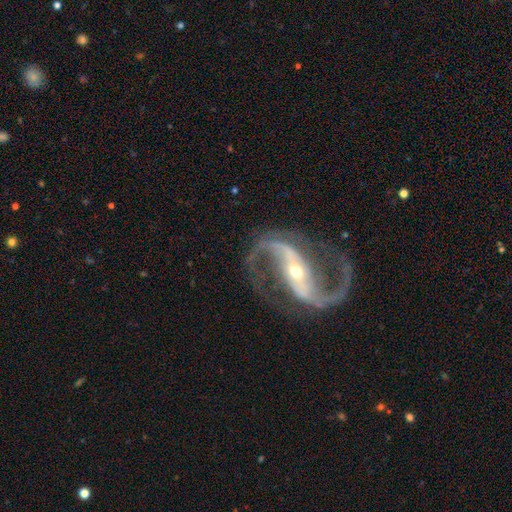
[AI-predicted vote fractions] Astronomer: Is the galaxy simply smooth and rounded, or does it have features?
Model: featured or disk — 93%.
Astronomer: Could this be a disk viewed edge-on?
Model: no — 98%.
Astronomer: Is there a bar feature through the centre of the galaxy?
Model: strong — 62%.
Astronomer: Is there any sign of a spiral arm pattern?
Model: yes — 99%.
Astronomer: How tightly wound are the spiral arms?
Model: medium — 54% (runner-up: loose, 35%).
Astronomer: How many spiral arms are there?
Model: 2 — 95%.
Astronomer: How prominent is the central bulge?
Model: small — 67%.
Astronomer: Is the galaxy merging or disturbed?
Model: none — 82%.